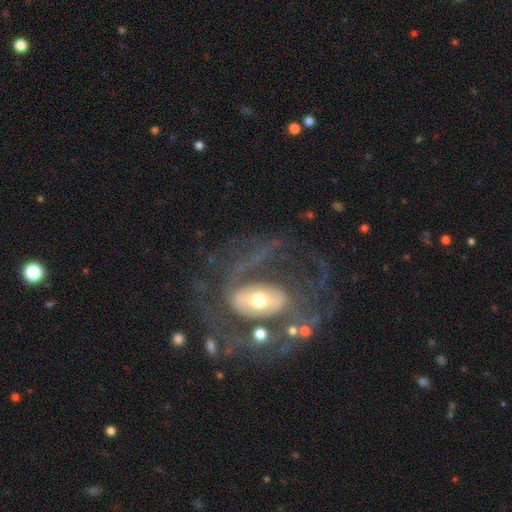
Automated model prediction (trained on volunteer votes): Overall: featured or disk (80%). Edge-on disk: no (95%). Bar: no (46%; weak 28%). Spiral arms: yes (68%; no 32%). Spiral arm count: 2 (47%; can't tell 29%). Spiral winding: medium (41%; tight 39%). Bulge size: moderate (54%; small 33%). Merging: none (57%; major disturbance 24%).